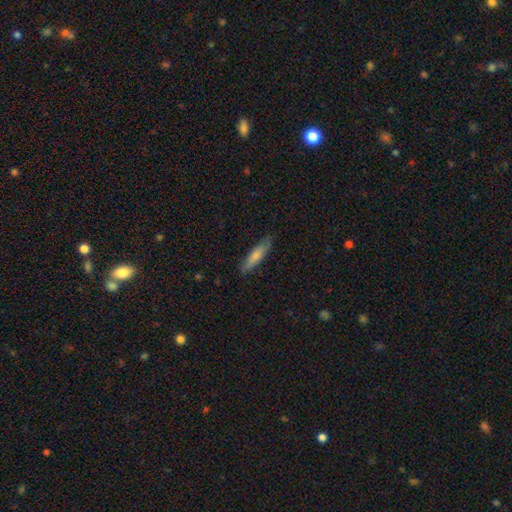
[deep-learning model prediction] A smooth galaxy with no disk features (72%) that is cigar-shaped (78%). Merging: none (83%).